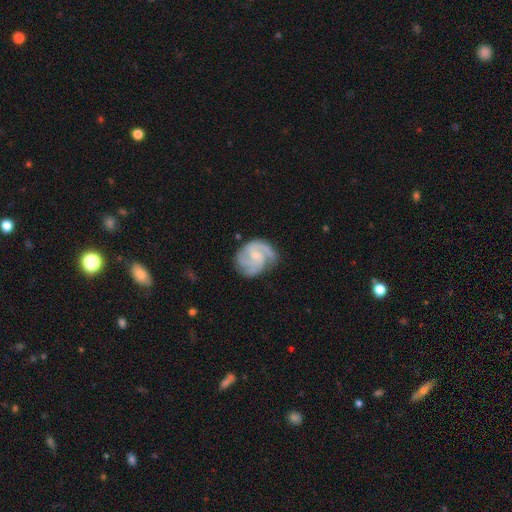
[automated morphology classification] featured or disk 85%, smooth 10%, star or artifact 5%. Down the decision tree: edge-on disk — no (98%); bar — no (56%); spiral arms — yes (97%); spiral arm count — 3 (49%); spiral winding — medium (46%); bulge size — small (55%); merging — none (71%).